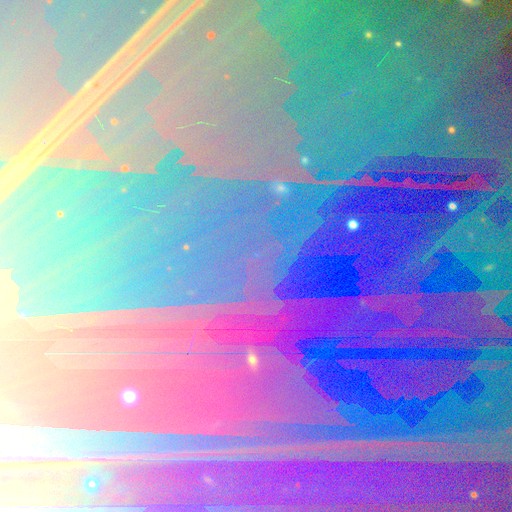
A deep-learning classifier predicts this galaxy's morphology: smooth_or_featured: star or artifact (p=0.87) [alt: featured or disk p=0.07]